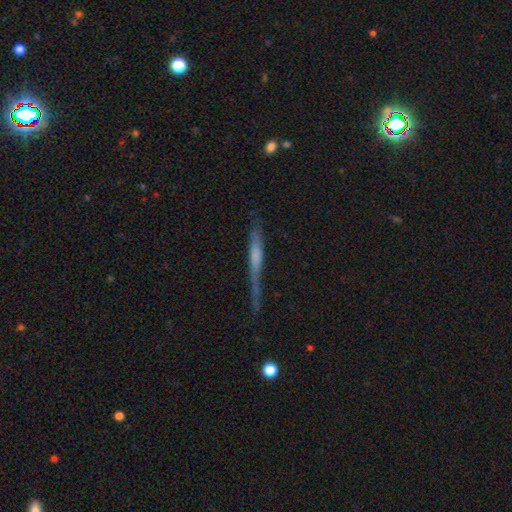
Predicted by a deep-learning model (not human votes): Smooth or featured: featured or disk — 49% (smooth — 43%)
Merging: none — 57% (minor disturbance — 26%)